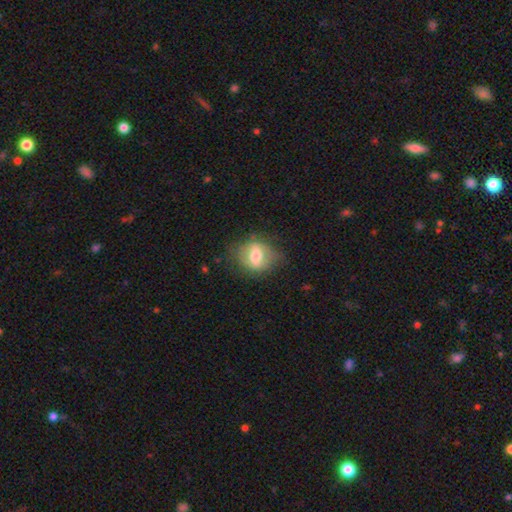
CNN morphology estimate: type=smooth (50%); merging=none (73%).